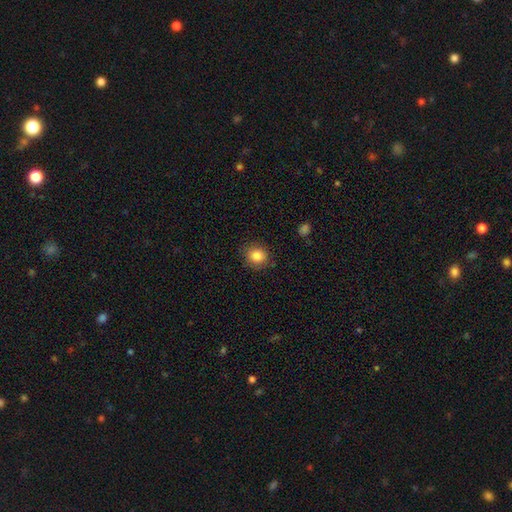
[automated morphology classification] Smooth or featured?
  - smooth: 84% *
  - star or artifact: 10%
  - featured or disk: 6%
How rounded?
  - round: 81% *
  - in between: 19%
  - cigar-shaped: 1%
Merging?
  - none: 87% *
  - minor disturbance: 10%
  - major disturbance: 3%
  - merger: 1%